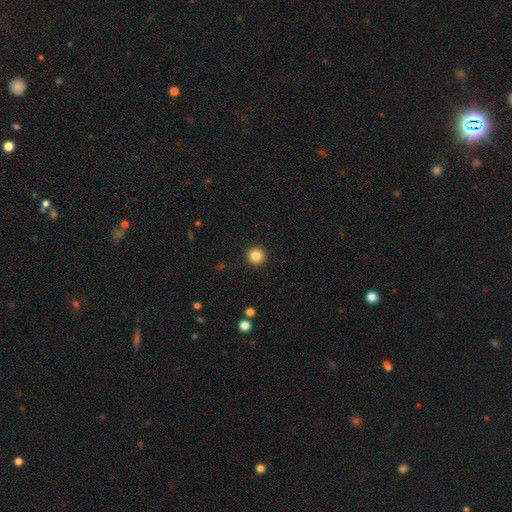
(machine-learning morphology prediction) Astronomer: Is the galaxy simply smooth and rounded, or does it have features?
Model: smooth — 85%.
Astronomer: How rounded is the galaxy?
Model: round — 95%.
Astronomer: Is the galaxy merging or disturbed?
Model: none — 93%.